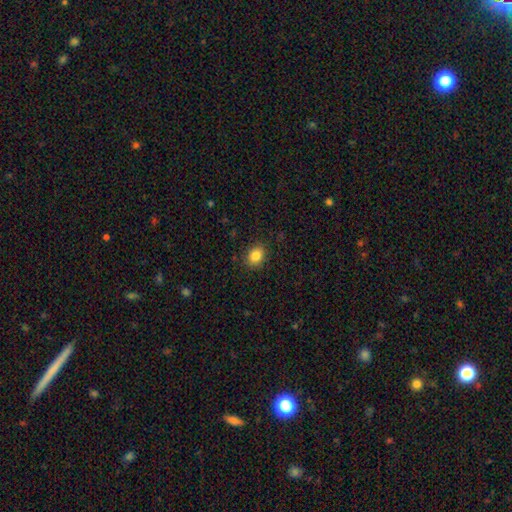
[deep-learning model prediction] smooth 85%, star or artifact 10%, featured or disk 5%. Down the decision tree: how rounded — in between (58%); merging — none (87%).